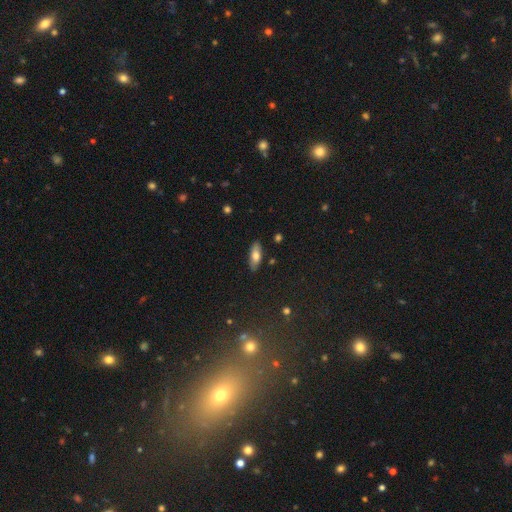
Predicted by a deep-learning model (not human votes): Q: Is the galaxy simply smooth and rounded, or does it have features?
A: smooth — 67%.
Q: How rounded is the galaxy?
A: in between — 73%.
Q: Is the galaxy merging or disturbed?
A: none — 87%.